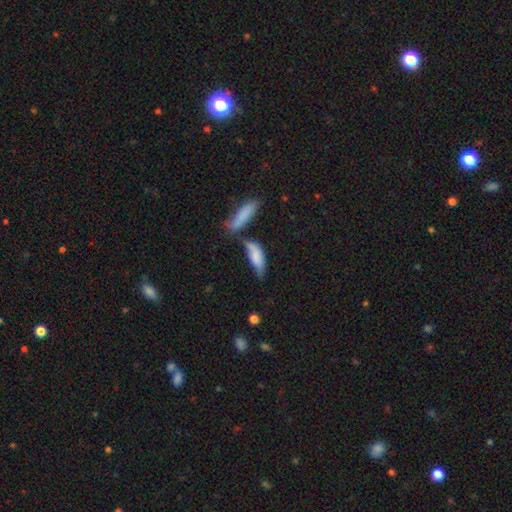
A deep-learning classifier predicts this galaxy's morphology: Smooth or featured? smooth (74%)
How rounded? in between (62%)
Merging? merger (37%)